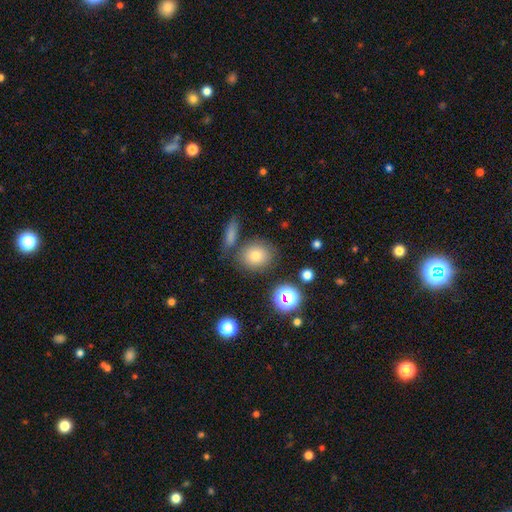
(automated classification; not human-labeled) Smooth or featured: smooth — 74% (star or artifact — 14%)
How rounded: round — 70% (in between — 29%)
Merging: none — 75% (minor disturbance — 12%)